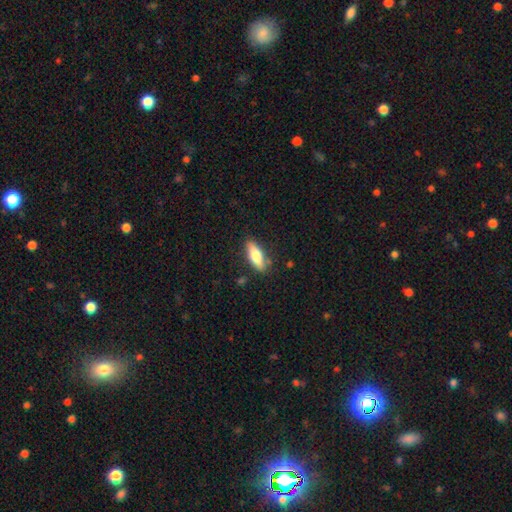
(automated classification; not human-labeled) Smooth or featured?
  - smooth: 70% *
  - featured or disk: 24%
  - star or artifact: 6%
How rounded?
  - in between: 63% *
  - cigar-shaped: 34%
  - round: 3%
Merging?
  - none: 81% *
  - minor disturbance: 14%
  - major disturbance: 3%
  - merger: 2%